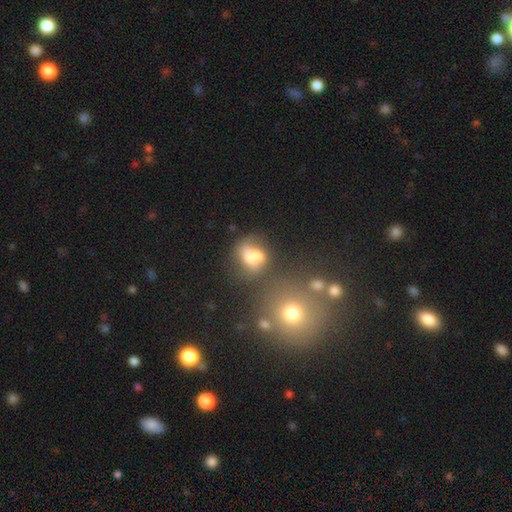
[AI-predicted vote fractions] Overall: smooth (61%; featured or disk 23%). How rounded: in between (54%; round 44%). Merging: none (37%; merger 34%).